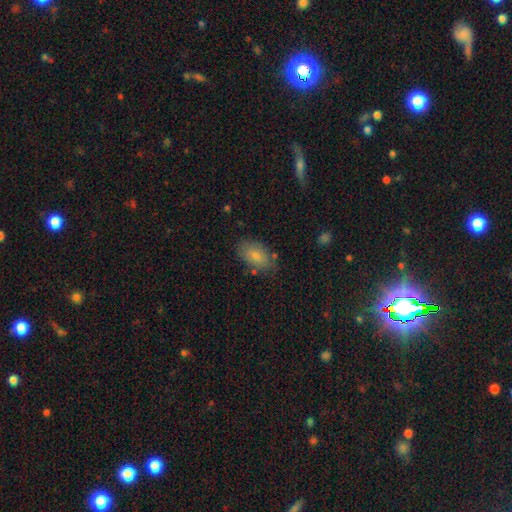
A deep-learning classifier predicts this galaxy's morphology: Smooth or featured?
  - smooth: 79% *
  - featured or disk: 14%
  - star or artifact: 7%
How rounded?
  - in between: 92% *
  - round: 5%
  - cigar-shaped: 2%
Merging?
  - none: 75% *
  - minor disturbance: 17%
  - major disturbance: 4%
  - merger: 4%